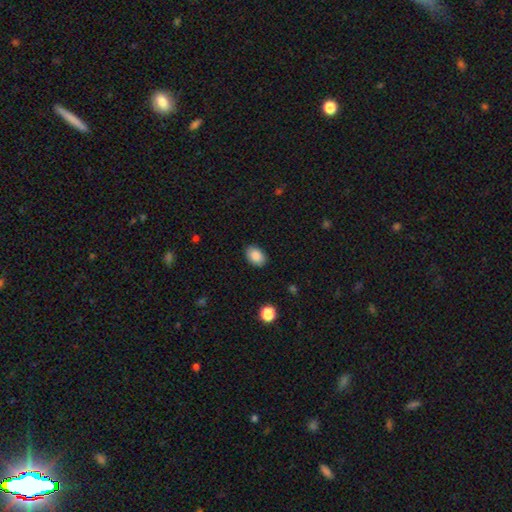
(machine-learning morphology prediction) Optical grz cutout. It shows a smooth galaxy with no disk features (88%) that is in between round and cigar-shaped (81%). Merging: none (86%).